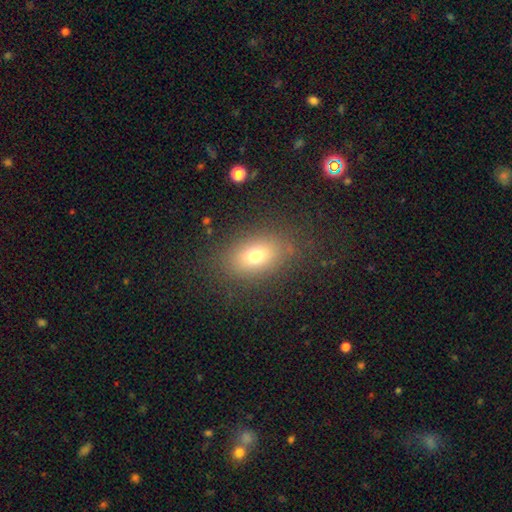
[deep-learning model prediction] Morphology: type=smooth (72%); roundness=in between (79%); merging=none (82%).